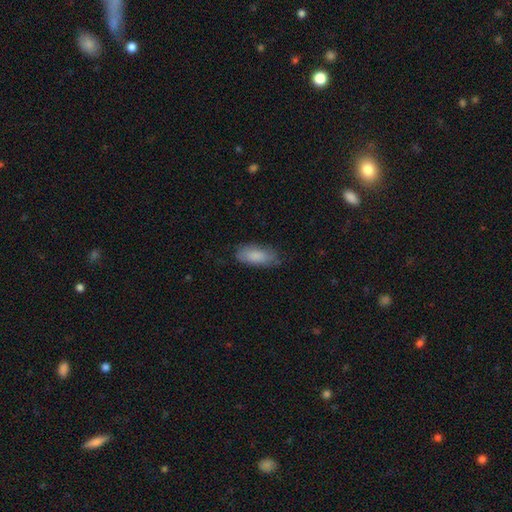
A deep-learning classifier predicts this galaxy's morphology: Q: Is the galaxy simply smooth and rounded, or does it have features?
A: smooth — 85%.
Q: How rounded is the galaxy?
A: in between — 85%.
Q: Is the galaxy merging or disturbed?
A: none — 74%.